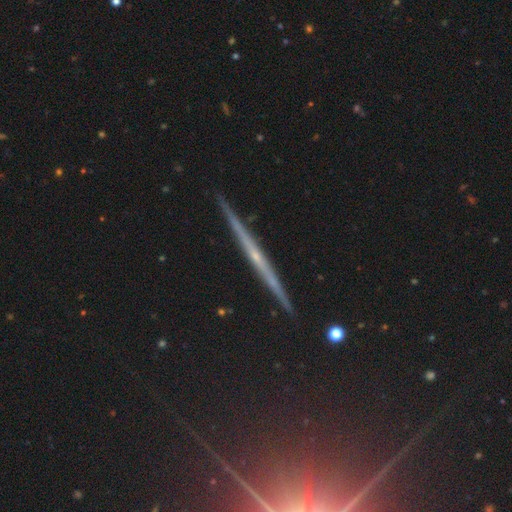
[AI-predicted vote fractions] Morphology: type=featured or disk (73%); edge-on=yes (97%); edge-on bulge=none (52%); merging=none (91%).